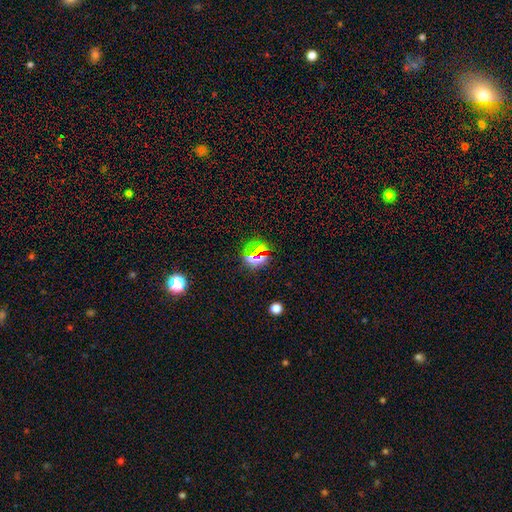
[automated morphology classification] smooth_or_featured: star or artifact (p=0.60) [alt: smooth p=0.30]